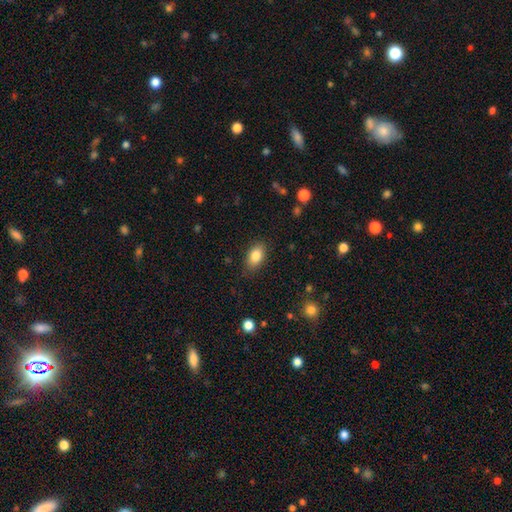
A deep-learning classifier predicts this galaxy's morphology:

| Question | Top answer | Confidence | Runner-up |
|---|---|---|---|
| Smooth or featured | smooth | 85% | star or artifact (8%) |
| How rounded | in between | 90% | round (7%) |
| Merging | none | 84% | minor disturbance (12%) |